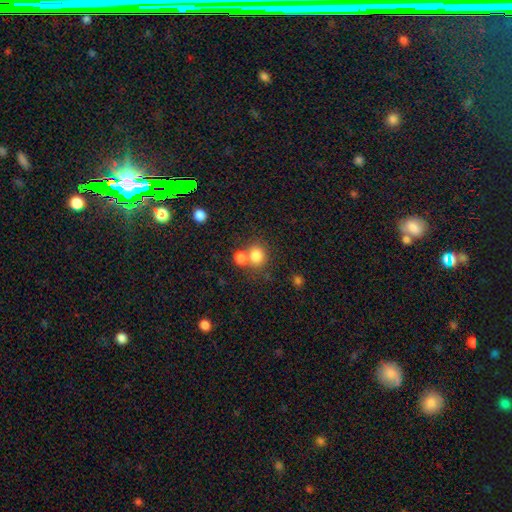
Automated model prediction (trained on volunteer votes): smooth 80%, star or artifact 12%, featured or disk 8%. Down the decision tree: how rounded — round (77%); merging — none (51%).